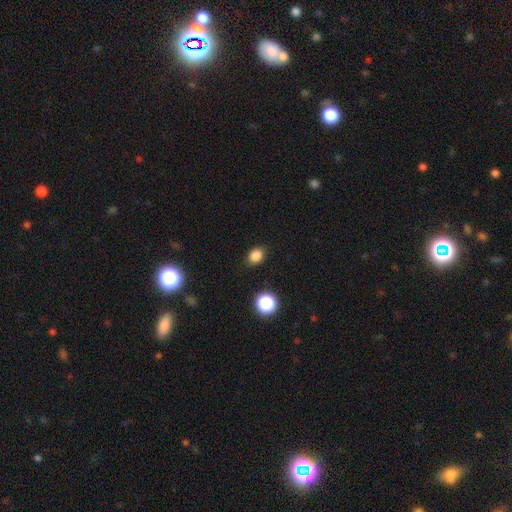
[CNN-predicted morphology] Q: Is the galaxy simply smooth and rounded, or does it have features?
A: smooth — 83%.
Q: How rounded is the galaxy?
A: in between — 54%.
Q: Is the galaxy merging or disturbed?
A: none — 87%.